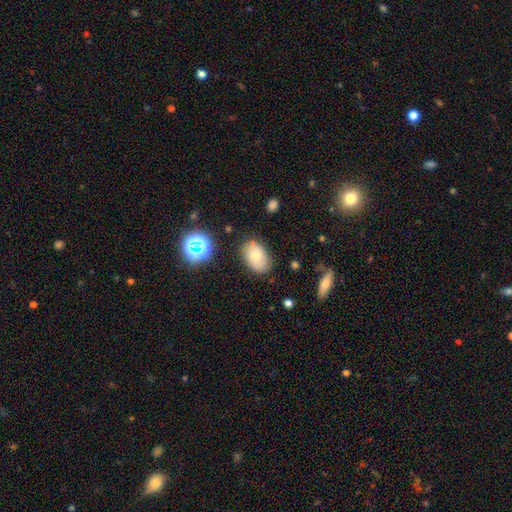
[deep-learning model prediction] smooth-or-featured: smooth: 66% | featured or disk: 22% | star or artifact: 11%
  how-rounded: in between: 86% | round: 13% | cigar-shaped: 1%
  merging: none: 75% | minor disturbance: 18% | major disturbance: 4% | merger: 3%